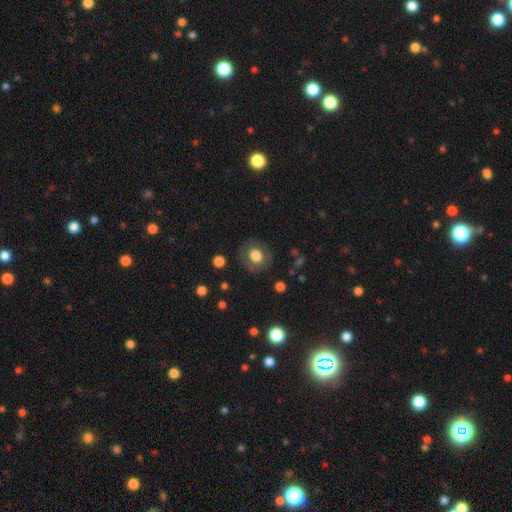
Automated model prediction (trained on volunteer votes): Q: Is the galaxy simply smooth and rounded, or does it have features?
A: smooth — 69%.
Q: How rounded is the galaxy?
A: round — 74%.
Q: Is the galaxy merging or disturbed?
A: none — 83%.